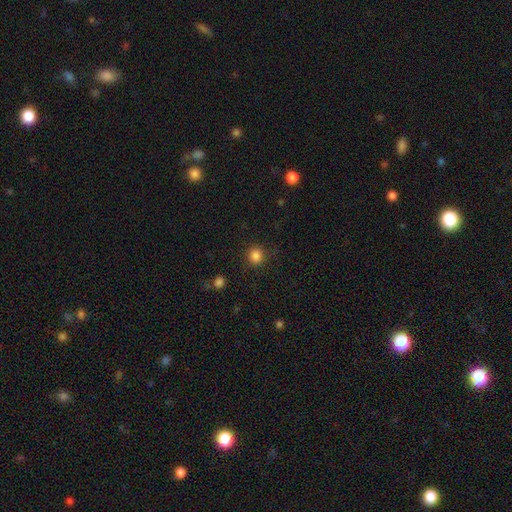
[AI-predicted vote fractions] Morphology: type=smooth (85%); roundness=round (88%); merging=none (87%).